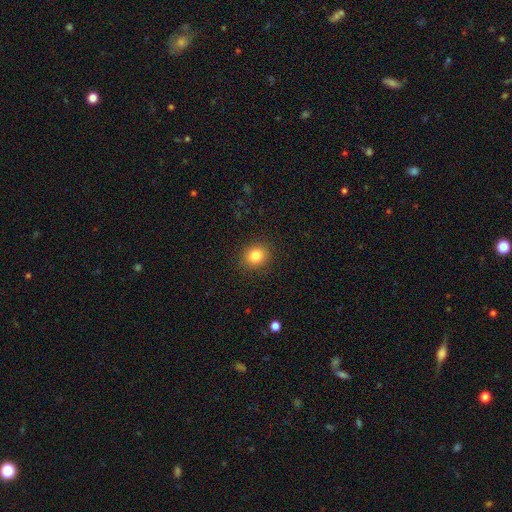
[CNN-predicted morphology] This appears to be a smooth galaxy with no disk features (82%) that is round (75%). Merging: none (89%).